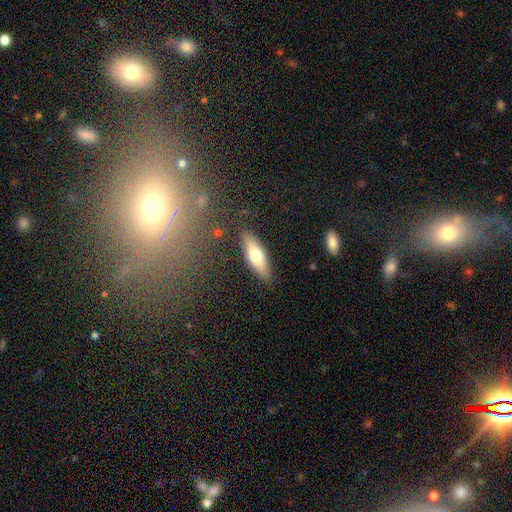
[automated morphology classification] The model was most divided on "how rounded": in between: 58%, cigar-shaped: 40%, round: 2%. More confident: merging — none (86%); smooth or featured — smooth (69%).